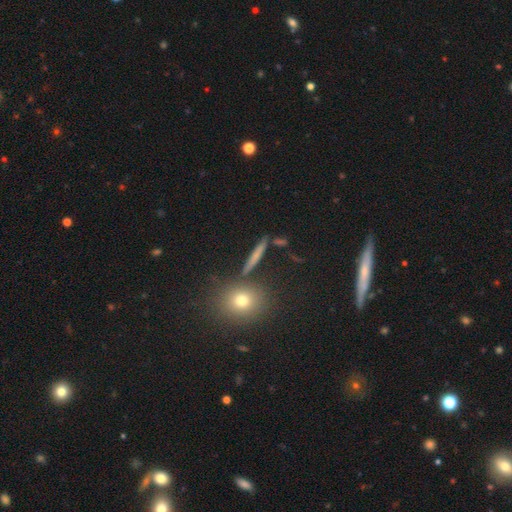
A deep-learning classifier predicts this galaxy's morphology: smooth_or_featured: smooth (p=0.57) [alt: featured or disk p=0.30]
how_rounded: cigar-shaped (p=0.76) [alt: round p=0.12]
merging: none (p=0.84) [alt: minor disturbance p=0.08]